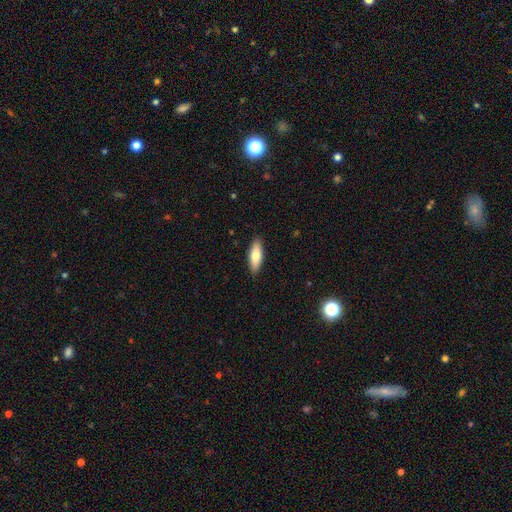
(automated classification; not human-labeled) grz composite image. It shows a smooth galaxy with no disk features (75%) that is in between round and cigar-shaped (60%). Merging: none (90%).